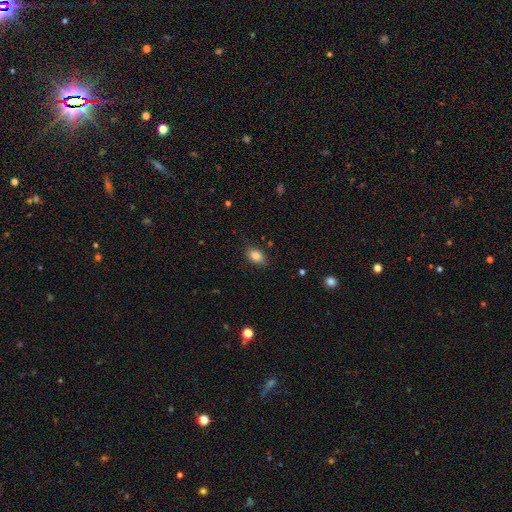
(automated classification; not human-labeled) This appears to be a smooth galaxy with no disk features (85%) that is in between round and cigar-shaped (85%). Merging: none (84%).